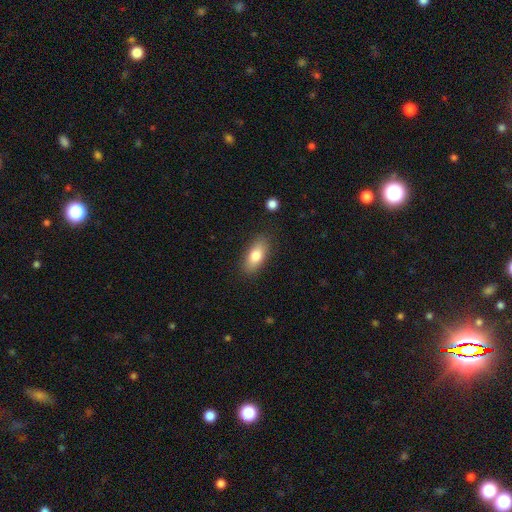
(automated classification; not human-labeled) This appears to be a smooth galaxy with no disk features (79%) that is in between round and cigar-shaped (85%). Merging: none (85%).